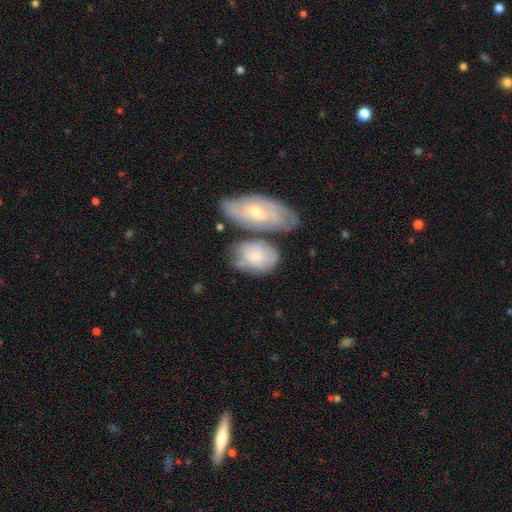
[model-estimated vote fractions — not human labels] This appears to be a smooth galaxy with no disk features (52%) that is in between round and cigar-shaped (81%). Merging: none (39%).